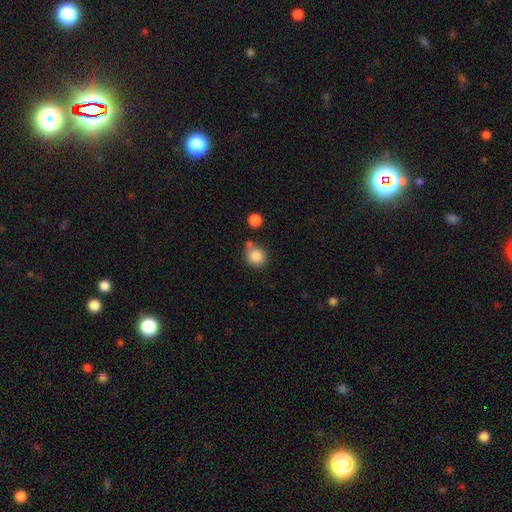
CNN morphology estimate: smooth-or-featured: smooth: 85% | star or artifact: 9% | featured or disk: 6%
  how-rounded: round: 86% | in between: 13% | cigar-shaped: 1%
  merging: none: 64% | merger: 18% | minor disturbance: 13% | major disturbance: 4%